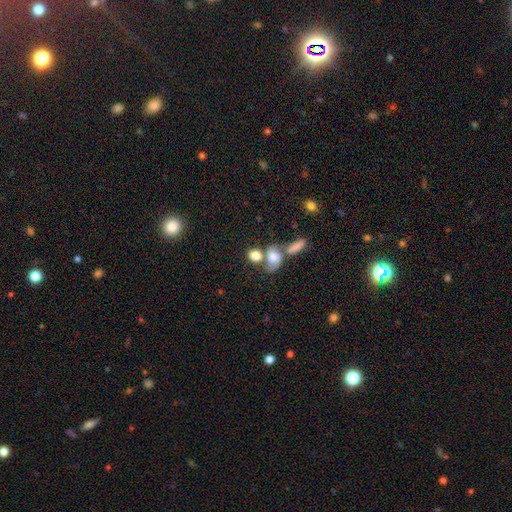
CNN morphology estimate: smooth_or_featured: smooth (p=0.73) [alt: featured or disk p=0.17]
how_rounded: round (p=0.49) [alt: in between p=0.48]
merging: merger (p=0.50) [alt: none p=0.32]